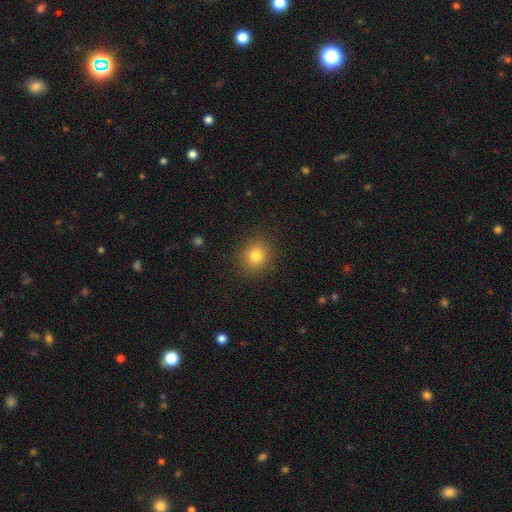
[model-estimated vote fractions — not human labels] Smooth or featured? Predicted: smooth (p=0.81). How rounded? Predicted: round (p=0.83). Merging? Predicted: none (p=0.89).